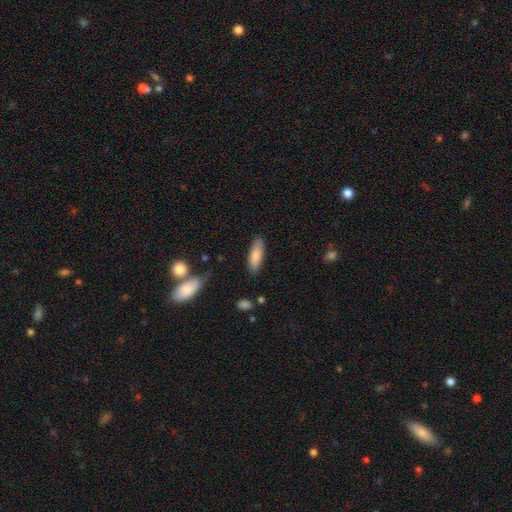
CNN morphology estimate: This is clearly a smooth galaxy (83%). How rounded: possibly in between (59%). Merging: clearly none (82%).